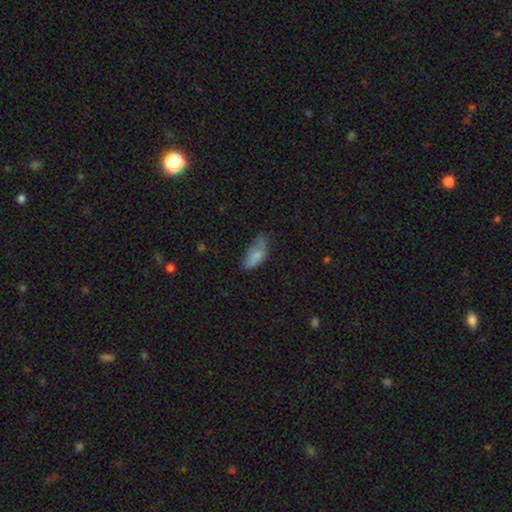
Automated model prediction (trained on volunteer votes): Smooth or featured? Predicted: smooth (p=0.72). How rounded? Predicted: in between (p=0.86). Merging? Predicted: minor disturbance (p=0.39).